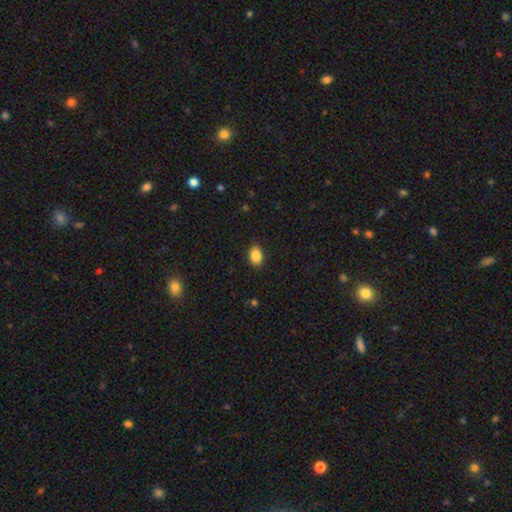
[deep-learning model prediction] Morphology: type=smooth (87%); roundness=in between (81%); merging=none (87%).